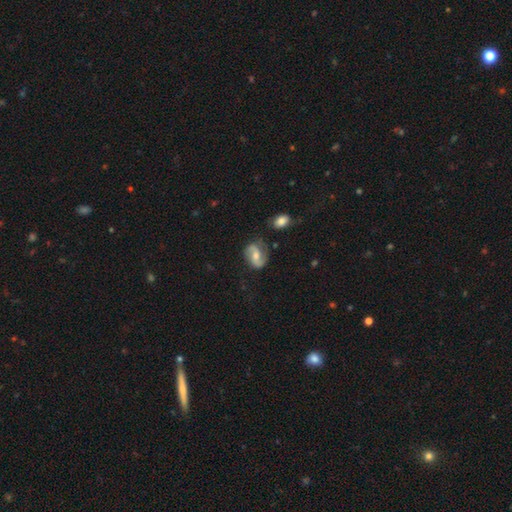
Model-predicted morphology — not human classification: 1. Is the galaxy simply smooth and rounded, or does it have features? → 77% featured or disk, 17% smooth, 6% star or artifact.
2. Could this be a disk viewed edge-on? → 97% no, 3% yes.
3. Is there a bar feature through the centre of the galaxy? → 40% weak, 34% no, 26% strong.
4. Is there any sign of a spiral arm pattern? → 93% yes, 7% no.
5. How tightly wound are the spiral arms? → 46% loose, 40% medium, 14% tight.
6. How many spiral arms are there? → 90% 2, 4% can't tell, 3% 1, 1% 3, 1% 4, 1% more than 4.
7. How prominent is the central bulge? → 59% moderate, 33% small, 4% large, 3% none, 1% dominant.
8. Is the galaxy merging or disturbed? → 73% none, 17% minor disturbance, 6% major disturbance, 3% merger.